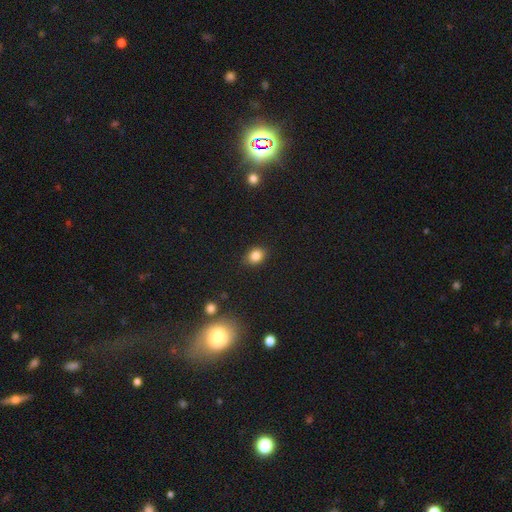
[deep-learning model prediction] smooth_or_featured: smooth (p=0.84) [alt: star or artifact p=0.11]
how_rounded: round (p=0.53) [alt: in between p=0.46]
merging: none (p=0.85) [alt: minor disturbance p=0.11]